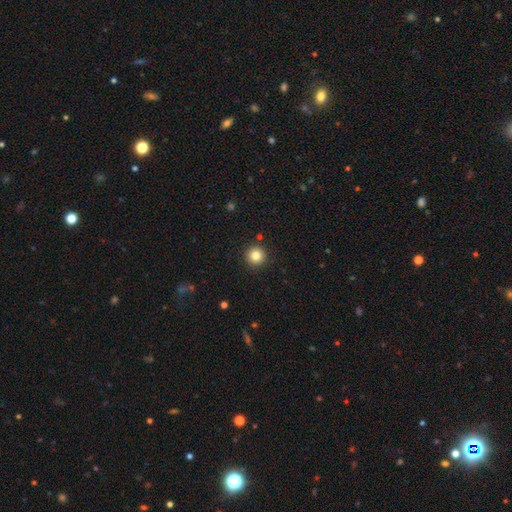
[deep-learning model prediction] smooth_or_featured: smooth (p=0.83) [alt: star or artifact p=0.11]
how_rounded: round (p=0.96) [alt: in between p=0.03]
merging: none (p=0.91) [alt: minor disturbance p=0.05]